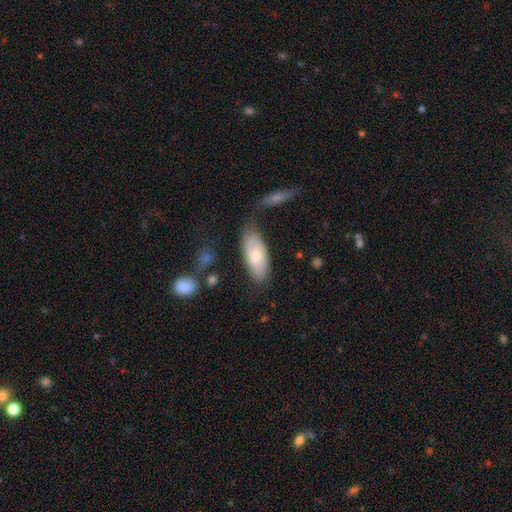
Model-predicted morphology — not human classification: Smooth or featured: smooth — 68% (featured or disk — 26%)
How rounded: in between — 82% (cigar-shaped — 16%)
Merging: none — 61% (minor disturbance — 22%)